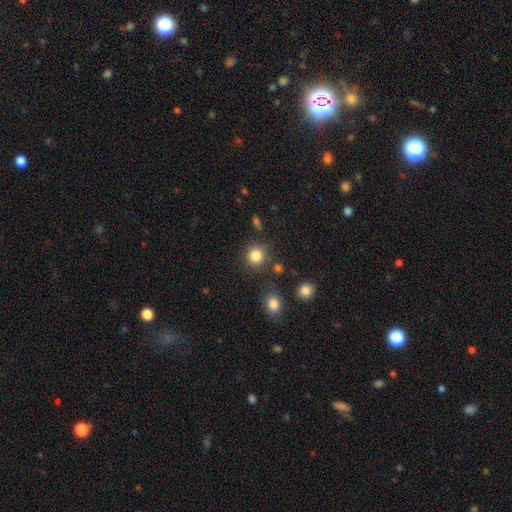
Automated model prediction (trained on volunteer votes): A smooth galaxy with no disk features (84%) that is round (89%). Merging: none (82%).